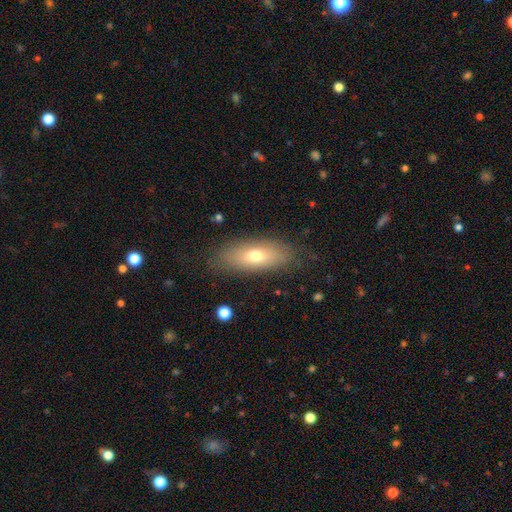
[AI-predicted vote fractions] smooth_or_featured: smooth (p=0.67) [alt: featured or disk p=0.25]
how_rounded: in between (p=0.72) [alt: cigar-shaped p=0.24]
merging: none (p=0.83) [alt: minor disturbance p=0.12]